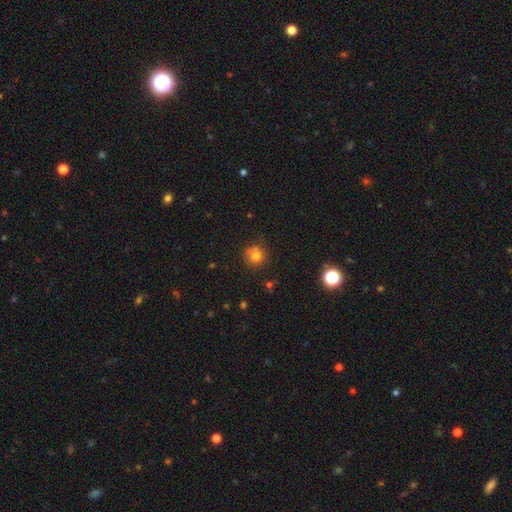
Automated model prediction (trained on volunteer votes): Morphology: type=smooth (76%); roundness=round (91%); merging=none (74%).